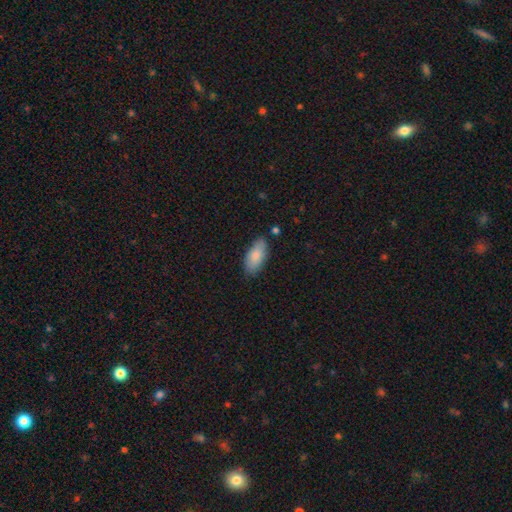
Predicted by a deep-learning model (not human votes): Smooth or featured?
  - smooth: 83% *
  - featured or disk: 11%
  - star or artifact: 6%
How rounded?
  - in between: 89% *
  - cigar-shaped: 9%
  - round: 2%
Merging?
  - none: 78% *
  - minor disturbance: 16%
  - major disturbance: 3%
  - merger: 2%